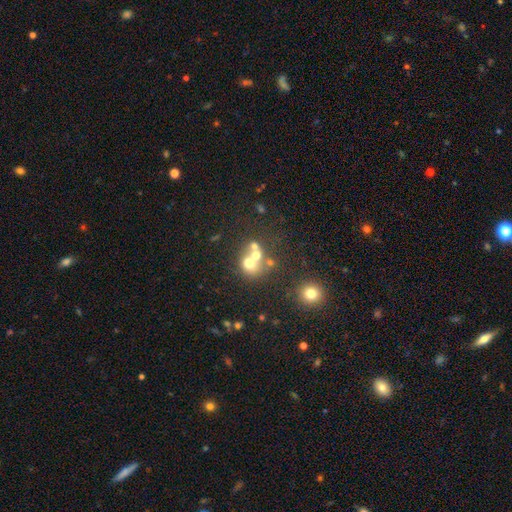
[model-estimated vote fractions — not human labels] Morphology: type=smooth (58%); roundness=round (75%); merging=merger (54%).